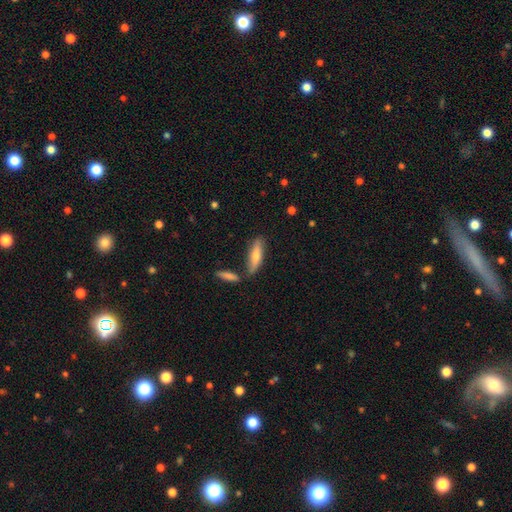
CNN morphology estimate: Smooth or featured? Predicted: smooth (p=0.63). How rounded? Predicted: cigar-shaped (p=0.67). Merging? Predicted: none (p=0.74).